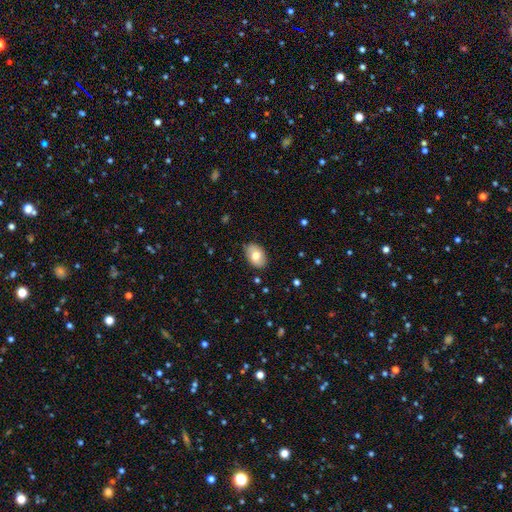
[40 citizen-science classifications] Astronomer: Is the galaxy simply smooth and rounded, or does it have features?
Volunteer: smooth — 68%.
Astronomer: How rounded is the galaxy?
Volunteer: in between — 81%.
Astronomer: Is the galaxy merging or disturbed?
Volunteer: none — 89%.